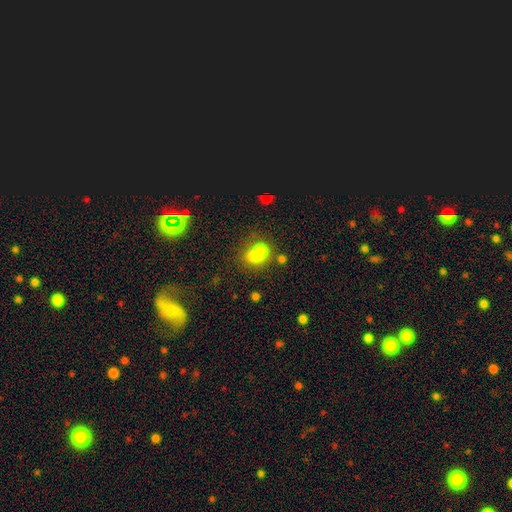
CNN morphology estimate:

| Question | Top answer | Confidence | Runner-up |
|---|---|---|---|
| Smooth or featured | smooth | 68% | featured or disk (19%) |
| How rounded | round | 64% | in between (35%) |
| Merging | merger | 65% | none (26%) |